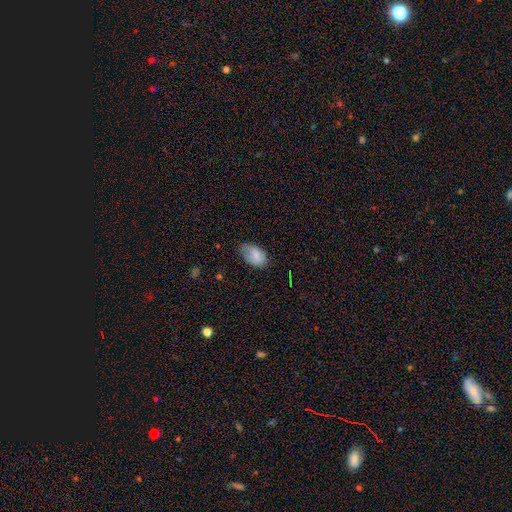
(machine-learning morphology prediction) smooth 82%, featured or disk 10%, star or artifact 8%. Down the decision tree: how rounded — in between (91%); merging — none (60%).